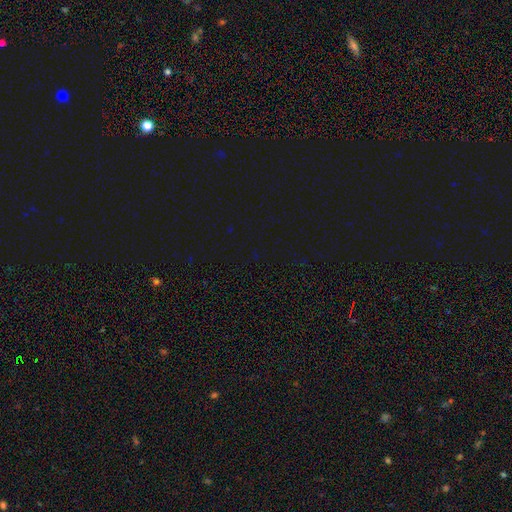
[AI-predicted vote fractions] Smooth or featured: star or artifact — 74% (smooth — 19%)